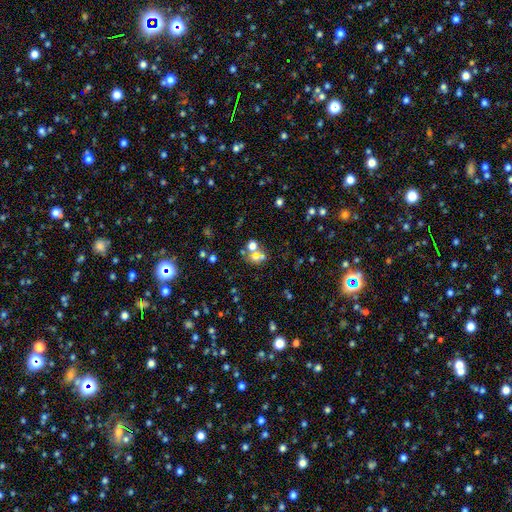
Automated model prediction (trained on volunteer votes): Smooth or featured? smooth (50%)
How rounded? round (67%)
Merging? none (45%)